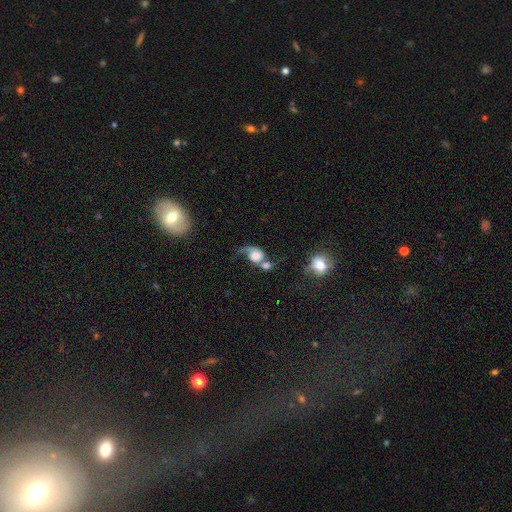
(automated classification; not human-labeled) Smooth or featured? featured or disk (53%)
Edge-on disk? no (97%)
Bar? no (76%)
Spiral arms? yes (84%)
Bulge size? large (33%)
Merging? merger (43%)